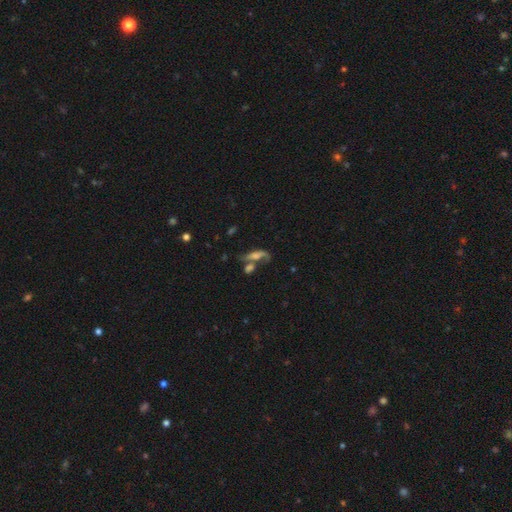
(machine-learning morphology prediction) Smooth or featured: smooth — 43% (tied with featured or disk — 43%)
Merging: merger — 36% (none — 33%)